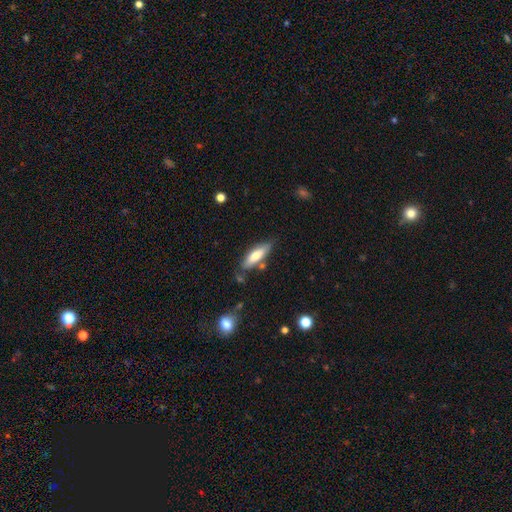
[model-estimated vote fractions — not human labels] This appears to be a smooth galaxy with no disk features (67%) that is cigar-shaped (52%). Merging: none (75%).